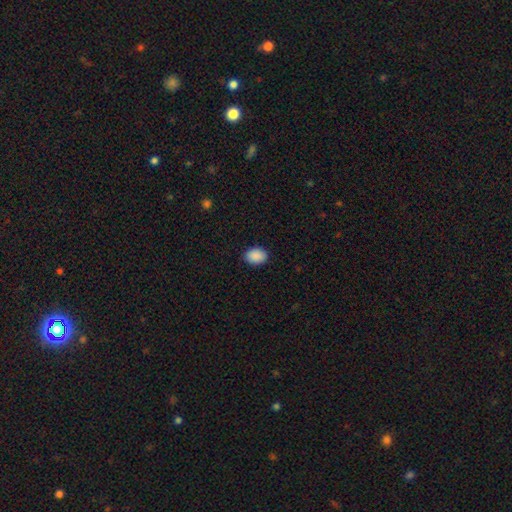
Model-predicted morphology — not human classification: smooth_or_featured: smooth (p=0.90) [alt: star or artifact p=0.07]
how_rounded: in between (p=0.71) [alt: round p=0.28]
merging: none (p=0.88) [alt: minor disturbance p=0.09]